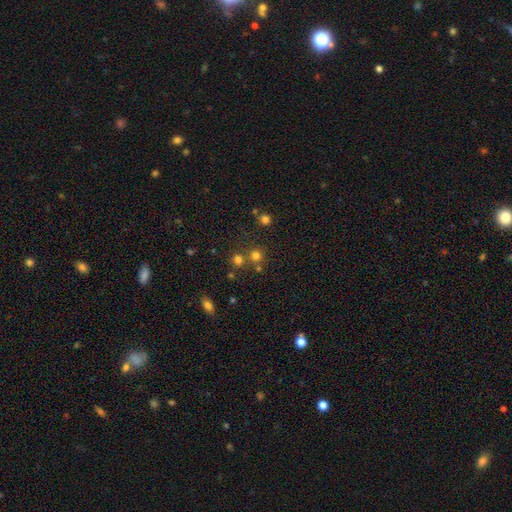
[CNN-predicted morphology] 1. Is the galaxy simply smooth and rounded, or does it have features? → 69% smooth, 23% star or artifact, 8% featured or disk.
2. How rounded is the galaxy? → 91% round, 8% in between, 1% cigar-shaped.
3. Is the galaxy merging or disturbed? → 68% none, 22% merger, 7% minor disturbance, 3% major disturbance.